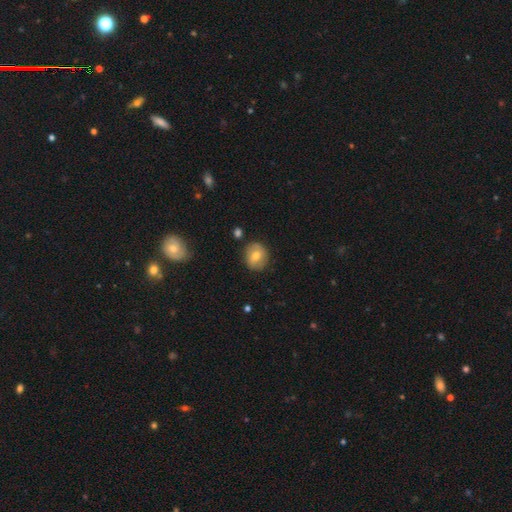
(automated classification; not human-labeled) This appears to be a smooth galaxy with no disk features (67%) that is round (77%). Merging: none (84%).